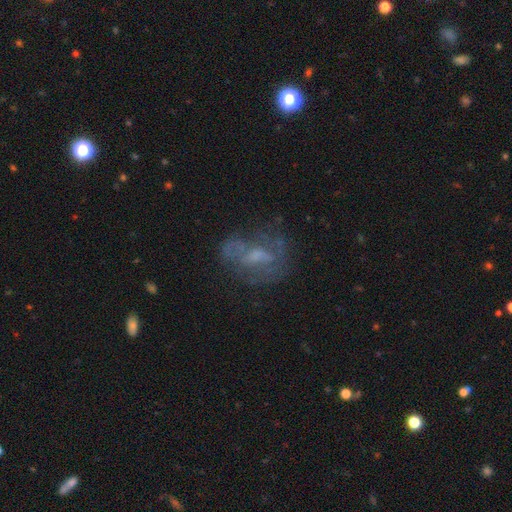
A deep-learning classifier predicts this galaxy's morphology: Smooth or featured?
  - featured or disk: 57% *
  - smooth: 27%
  - star or artifact: 16%
Edge-on disk?
  - no: 94% *
  - yes: 6%
Bar?
  - no: 53% *
  - weak: 37%
  - strong: 10%
Spiral arms?
  - no: 61% *
  - yes: 39%
Bulge size?
  - small: 35% *
  - moderate: 30%
  - none: 30%
  - large: 4%
  - dominant: 1%
Merging?
  - none: 51% *
  - major disturbance: 24%
  - minor disturbance: 21%
  - merger: 4%